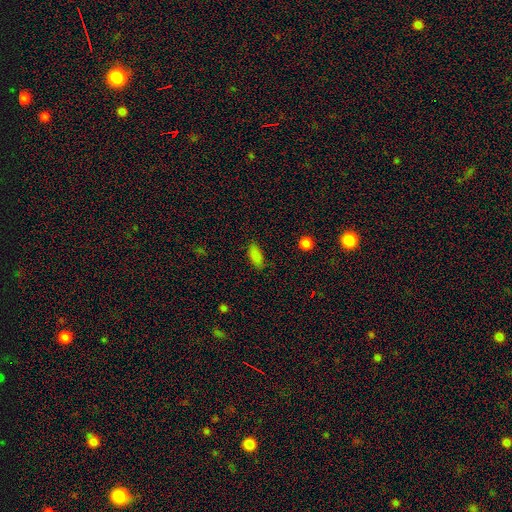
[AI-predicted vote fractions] Morphology: type=smooth (84%); roundness=in between (85%); merging=none (79%).